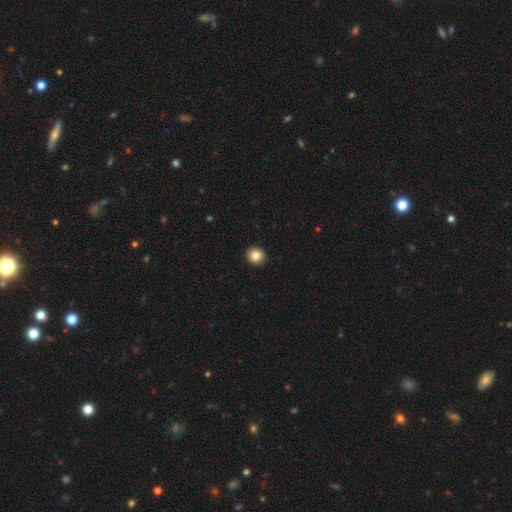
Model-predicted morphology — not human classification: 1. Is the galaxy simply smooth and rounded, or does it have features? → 85% smooth, 9% star or artifact, 6% featured or disk.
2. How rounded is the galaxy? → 90% round, 9% in between, 1% cigar-shaped.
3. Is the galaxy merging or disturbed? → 93% none, 5% minor disturbance, 1% major disturbance, 1% merger.